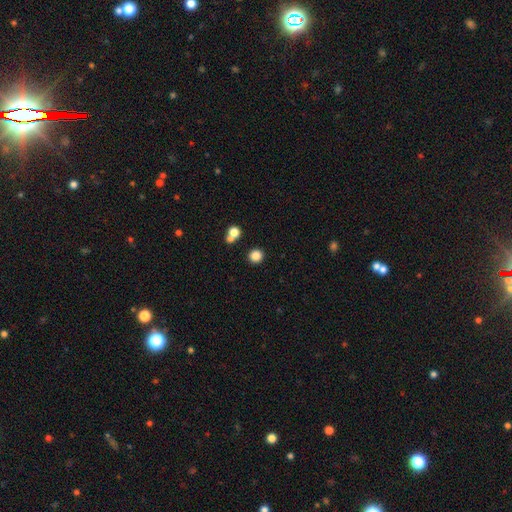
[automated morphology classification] Smooth or featured? Predicted: smooth (p=0.84). How rounded? Predicted: round (p=0.93). Merging? Predicted: none (p=0.86).